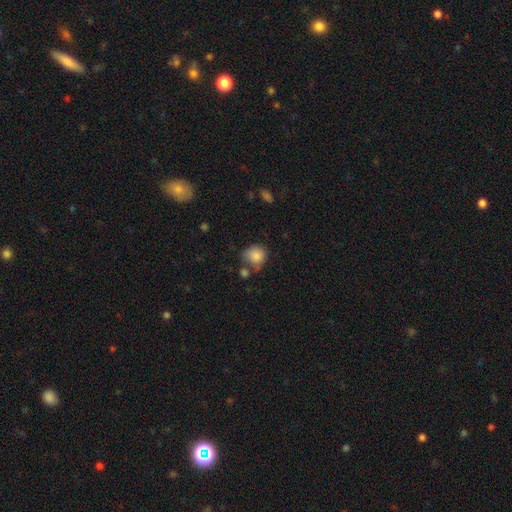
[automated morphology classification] smooth_or_featured: smooth (p=0.85) [alt: star or artifact p=0.09]
how_rounded: round (p=0.77) [alt: in between p=0.22]
merging: none (p=0.52) [alt: minor disturbance p=0.25]